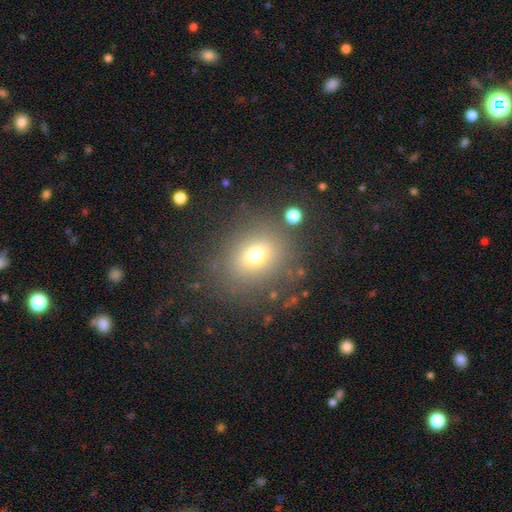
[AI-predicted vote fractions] Overall: smooth (68%). How rounded: round (55%; in between 44%). Merging: none (78%).